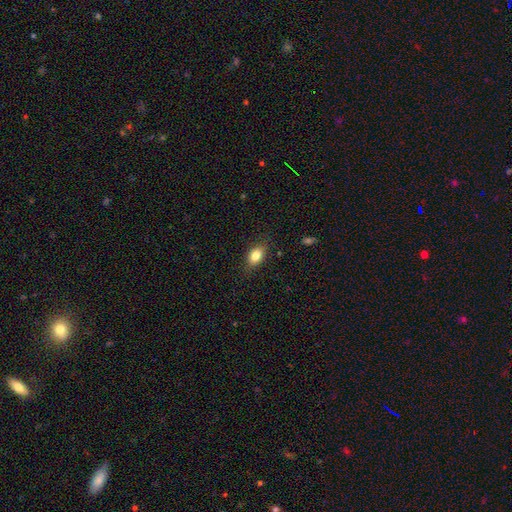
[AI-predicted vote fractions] Morphology: type=smooth (83%); roundness=in between (82%); merging=none (84%).